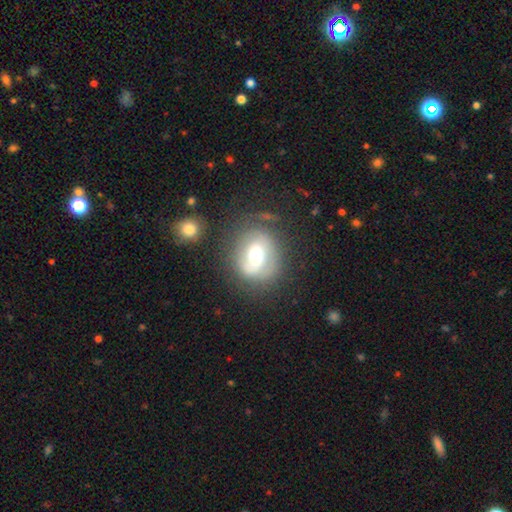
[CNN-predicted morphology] Smooth or featured: featured or disk — 51% (smooth — 40%)
Edge-on disk: no — 95% (yes — 5%)
Merging: none — 66% (minor disturbance — 19%)